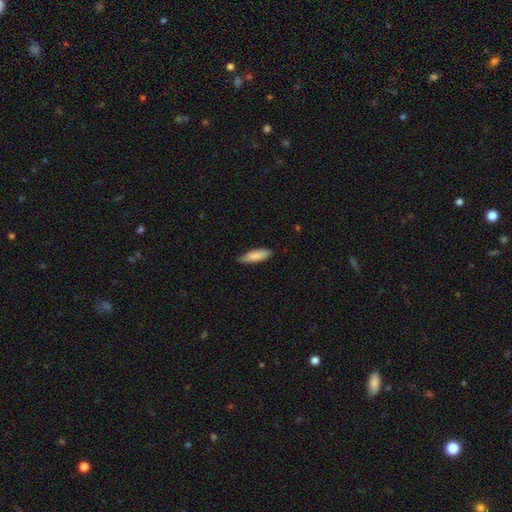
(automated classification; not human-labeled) A smooth galaxy with no disk features (84%) that is cigar-shaped (51%).

Vote fractions:
- Smooth or featured? smooth: 84% / featured or disk: 10% / star or artifact: 6%
- How rounded? cigar-shaped: 51% / in between: 48% / round: 2%
- Merging? none: 76% / minor disturbance: 21% / major disturbance: 3% / merger: 1%